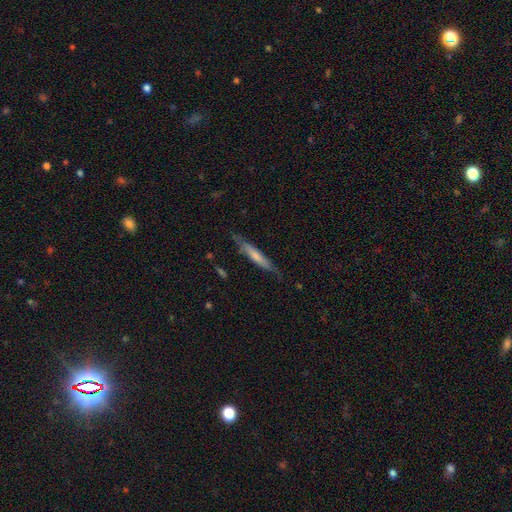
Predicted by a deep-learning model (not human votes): smooth-or-featured: smooth: 55% | featured or disk: 39% | star or artifact: 6%
  how-rounded: cigar-shaped: 91% | in between: 7% | round: 1%
  merging: none: 74% | minor disturbance: 20% | major disturbance: 4% | merger: 2%